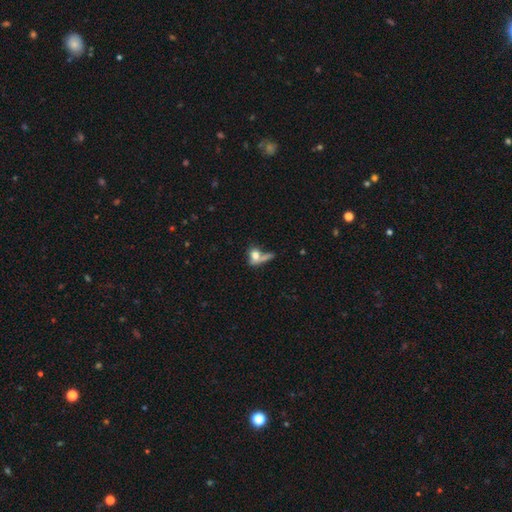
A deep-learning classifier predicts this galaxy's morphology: smooth-or-featured: smooth: 73% | featured or disk: 18% | star or artifact: 10%
  how-rounded: in between: 55% | round: 36% | cigar-shaped: 9%
  merging: merger: 40% | none: 32% | major disturbance: 15% | minor disturbance: 13%